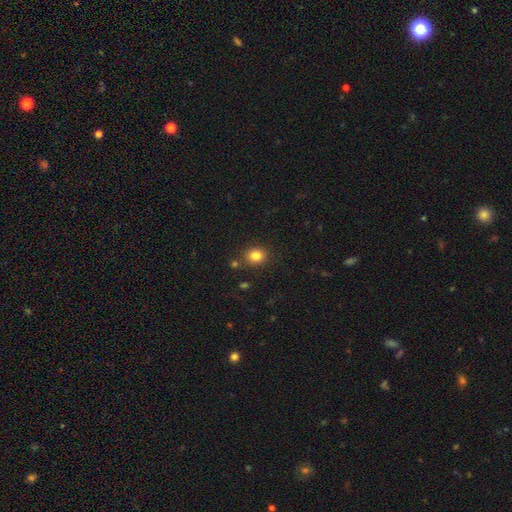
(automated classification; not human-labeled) smooth 83%, star or artifact 12%, featured or disk 6%. Down the decision tree: how rounded — round (68%); merging — none (82%).